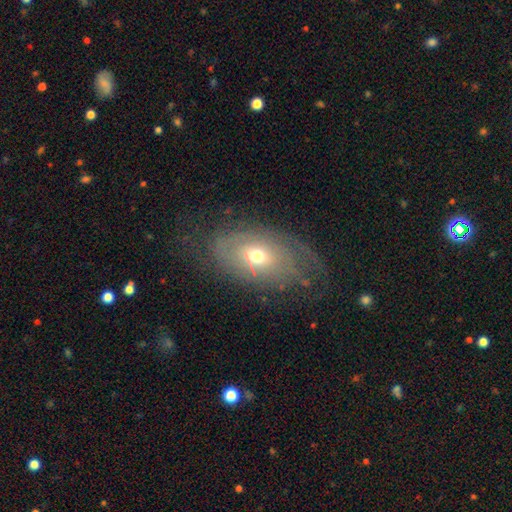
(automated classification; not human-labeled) Smooth or featured? Predicted: featured or disk (p=0.50). Edge-on disk? Predicted: no (p=0.88). Merging? Predicted: none (p=0.60).